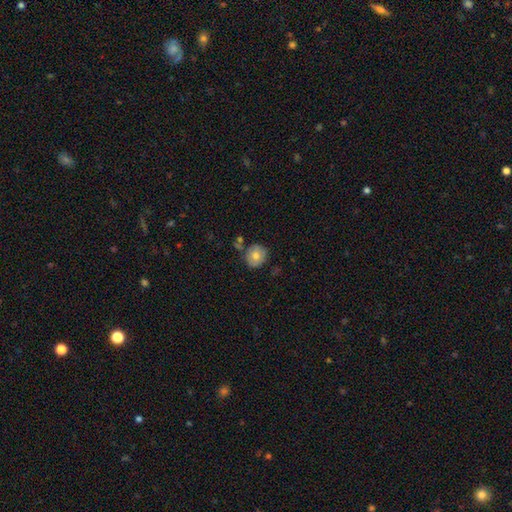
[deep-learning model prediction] smooth_or_featured: smooth (p=0.70) [alt: featured or disk p=0.22]
how_rounded: round (p=0.81) [alt: in between p=0.18]
merging: none (p=0.73) [alt: minor disturbance p=0.16]